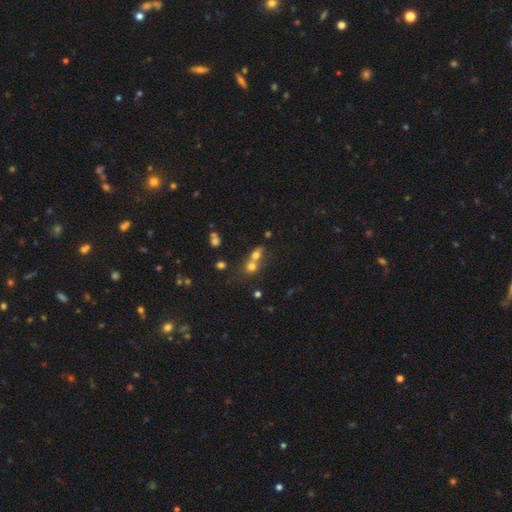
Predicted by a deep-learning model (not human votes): smooth_or_featured: smooth (p=0.67) [alt: featured or disk p=0.17]
how_rounded: round (p=0.64) [alt: in between p=0.33]
merging: merger (p=0.64) [alt: none p=0.26]